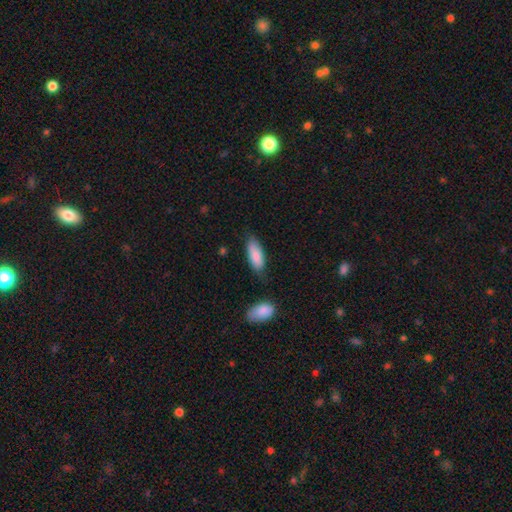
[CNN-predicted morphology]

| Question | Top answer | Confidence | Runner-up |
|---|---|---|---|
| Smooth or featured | smooth | 86% | featured or disk (8%) |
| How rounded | in between | 77% | cigar-shaped (22%) |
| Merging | none | 66% | minor disturbance (23%) |